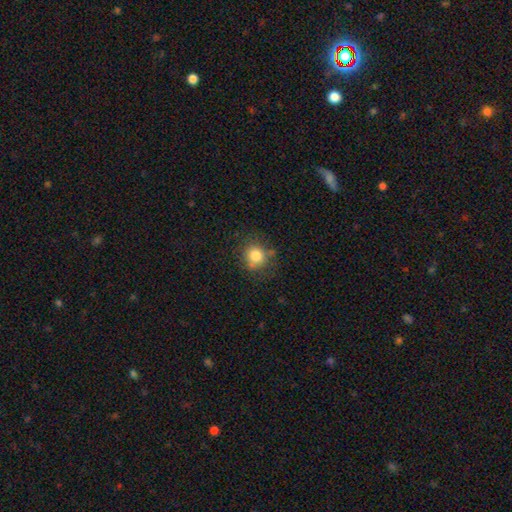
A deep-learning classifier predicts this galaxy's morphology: The model was most divided on "merging": none: 72%, minor disturbance: 19%, major disturbance: 6%, merger: 4%. More confident: how rounded — round (81%); smooth or featured — smooth (80%).